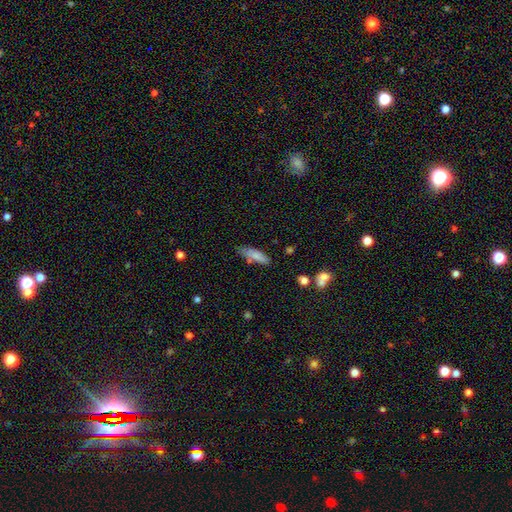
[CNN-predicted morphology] smooth-or-featured: smooth: 80% | featured or disk: 12% | star or artifact: 8%
  how-rounded: cigar-shaped: 57% | in between: 41% | round: 2%
  merging: none: 67% | minor disturbance: 21% | merger: 7% | major disturbance: 5%